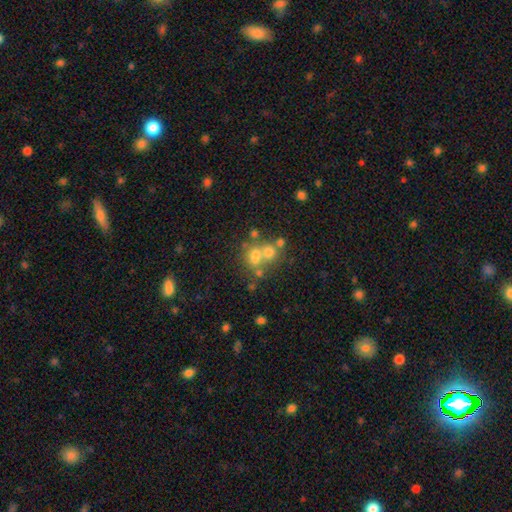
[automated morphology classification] A smooth galaxy with no disk features (55%) that is round (68%).

Vote fractions:
- Smooth or featured? smooth: 55% / featured or disk: 25% / star or artifact: 20%
- How rounded? round: 68% / in between: 31% / cigar-shaped: 1%
- Merging? merger: 50% / none: 35% / minor disturbance: 9% / major disturbance: 7%